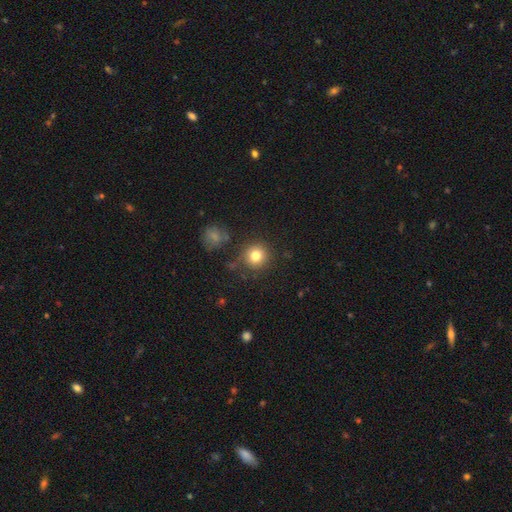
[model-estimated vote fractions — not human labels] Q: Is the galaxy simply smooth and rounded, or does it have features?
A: smooth — 80%.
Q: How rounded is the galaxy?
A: round — 94%.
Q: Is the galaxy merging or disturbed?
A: none — 84%.